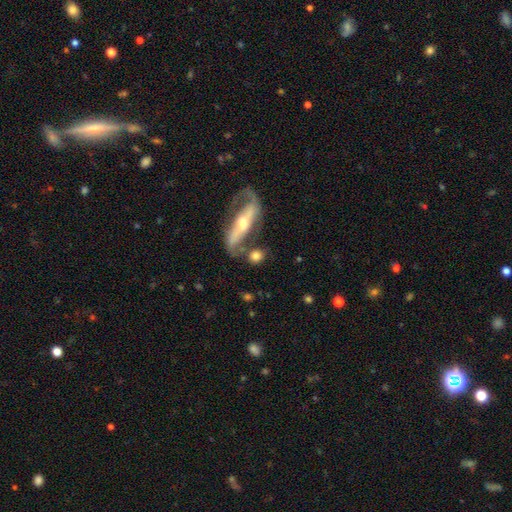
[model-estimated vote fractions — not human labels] Smooth or featured?
  - smooth: 56% *
  - featured or disk: 36%
  - star or artifact: 8%
How rounded?
  - round: 54% *
  - in between: 31%
  - cigar-shaped: 15%
Merging?
  - none: 55% *
  - merger: 22%
  - minor disturbance: 14%
  - major disturbance: 9%